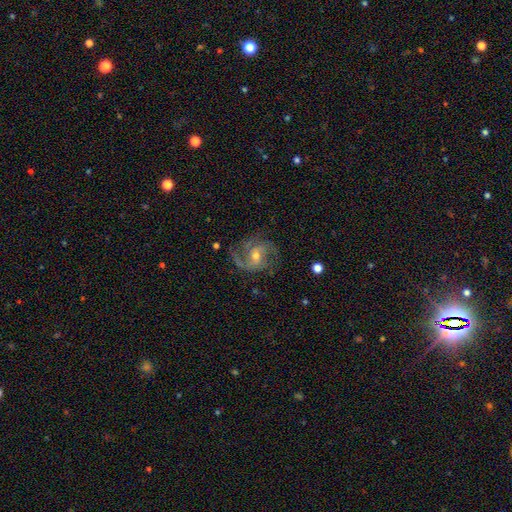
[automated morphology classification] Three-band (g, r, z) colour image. It shows a featured or disk galaxy (87%) with no bar (45%), 2 (56%) medium (54%) spiral arms (97%) and a moderate central bulge (53%). Merging: none (73%).